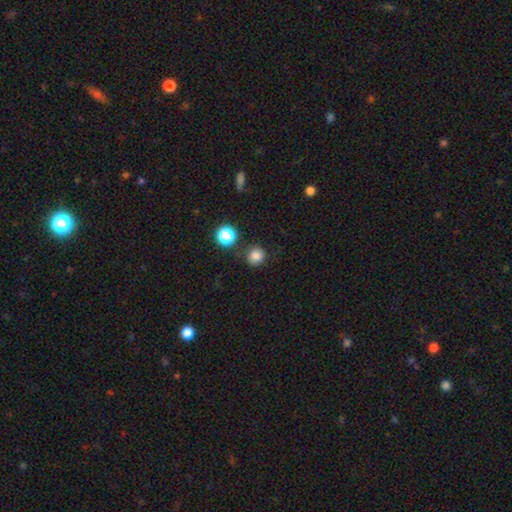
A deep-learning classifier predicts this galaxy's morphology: This is clearly a smooth galaxy (82%). How rounded: clearly round (90%). Merging: clearly none (84%).